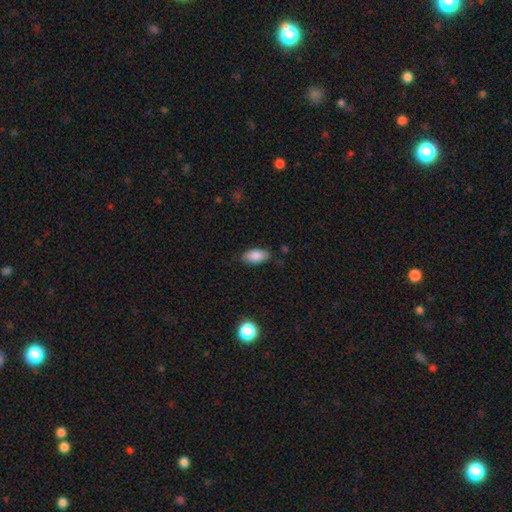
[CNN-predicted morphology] Smooth or featured?
  - smooth: 86% *
  - star or artifact: 7%
  - featured or disk: 7%
How rounded?
  - in between: 92% *
  - cigar-shaped: 5%
  - round: 3%
Merging?
  - none: 81% *
  - minor disturbance: 14%
  - major disturbance: 3%
  - merger: 2%